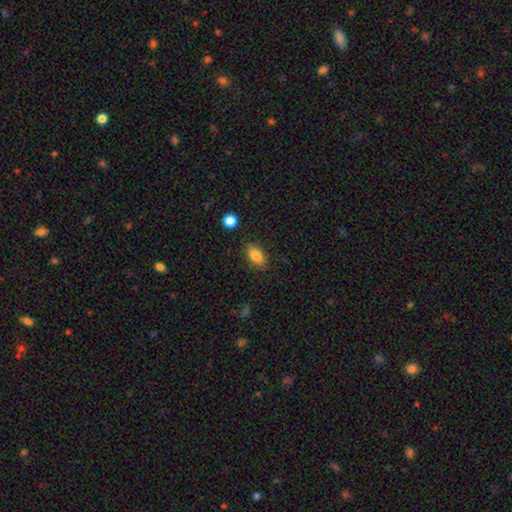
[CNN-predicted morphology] Smooth or featured? smooth (84%)
How rounded? in between (87%)
Merging? none (83%)